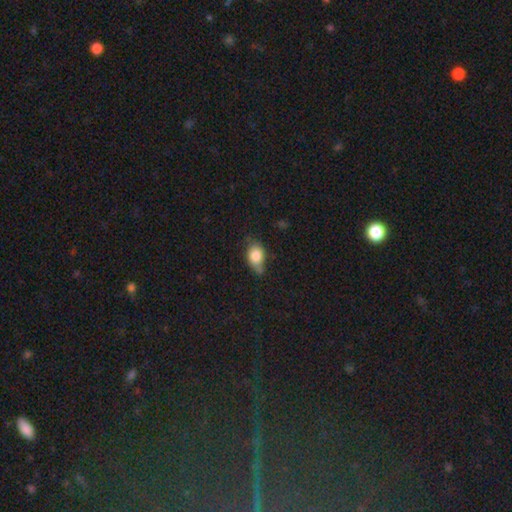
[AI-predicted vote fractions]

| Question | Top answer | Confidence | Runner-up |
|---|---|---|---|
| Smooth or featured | smooth | 81% | featured or disk (11%) |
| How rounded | in between | 76% | round (21%) |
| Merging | none | 49% | minor disturbance (37%) |